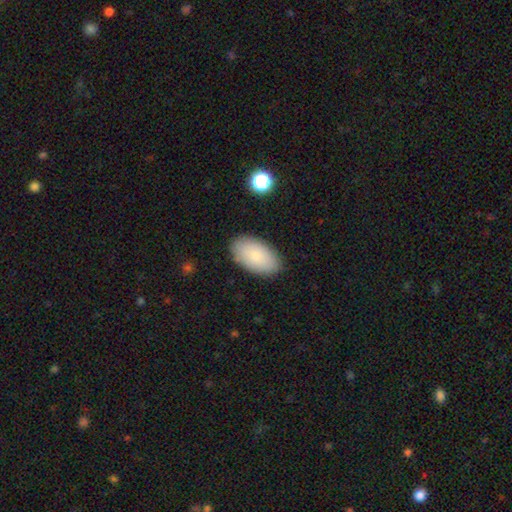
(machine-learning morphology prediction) A smooth galaxy with no disk features (82%) that is in between round and cigar-shaped (95%).

Vote fractions:
- Smooth or featured? smooth: 82% / featured or disk: 11% / star or artifact: 7%
- How rounded? in between: 95% / round: 3% / cigar-shaped: 1%
- Merging? none: 86% / minor disturbance: 10% / major disturbance: 2% / merger: 1%